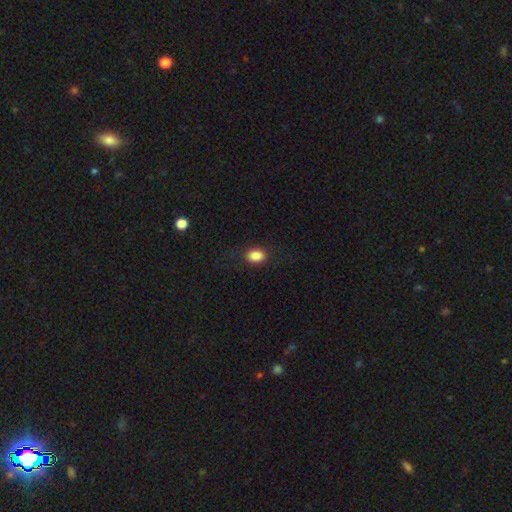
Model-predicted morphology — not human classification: The model was most divided on "how rounded": in between: 78%, round: 20%, cigar-shaped: 1%. More confident: smooth or featured — smooth (87%); merging — none (85%).